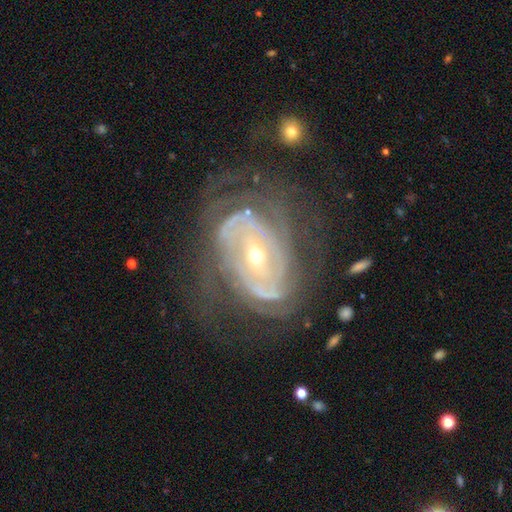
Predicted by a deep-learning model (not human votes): A featured or disk galaxy (90%) with no bar (38%), tight (72%) spiral arms (94%) and a small central bulge (54%). Merging: none (65%).